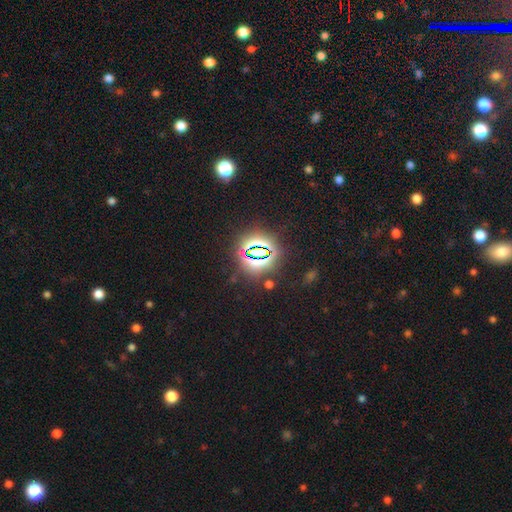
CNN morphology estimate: star or artifact 80%, smooth 12%, featured or disk 8%.